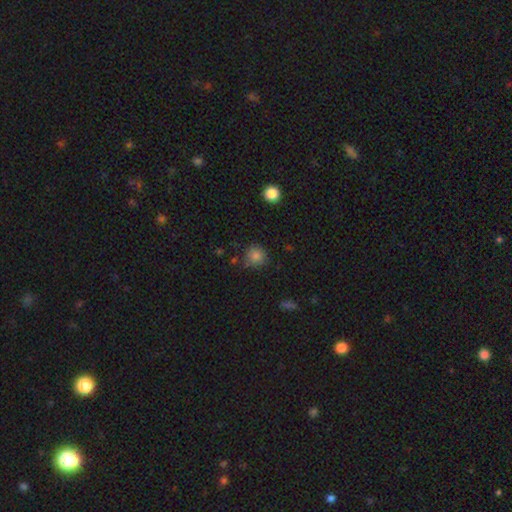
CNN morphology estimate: type=smooth (83%); roundness=round (90%); merging=none (78%).